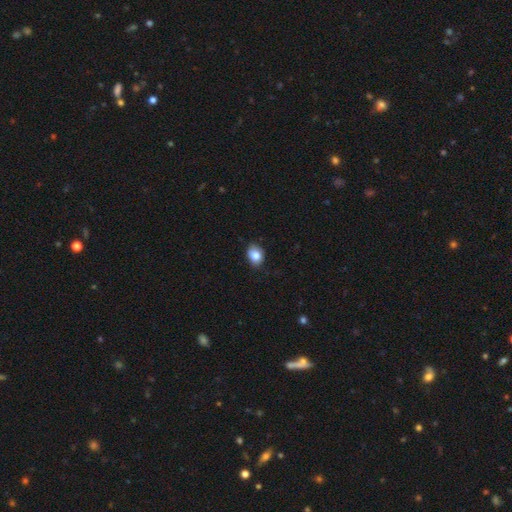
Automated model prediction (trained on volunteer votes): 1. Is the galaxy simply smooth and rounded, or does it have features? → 83% smooth, 9% star or artifact, 9% featured or disk.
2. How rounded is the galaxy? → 61% in between, 38% round, 1% cigar-shaped.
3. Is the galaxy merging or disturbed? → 79% none, 17% minor disturbance, 3% major disturbance, 1% merger.